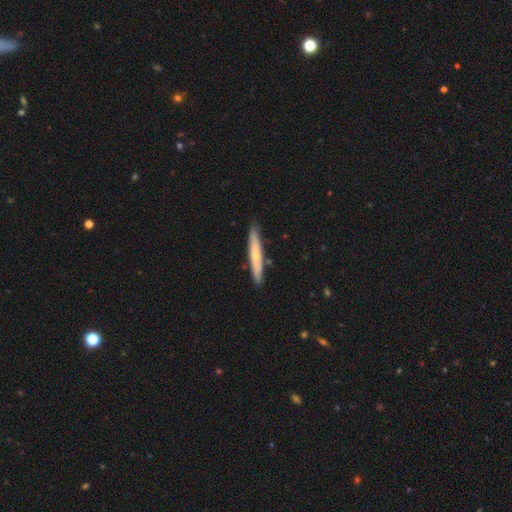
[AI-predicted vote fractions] Morphology: type=smooth (54%); roundness=cigar-shaped (95%); merging=none (88%).